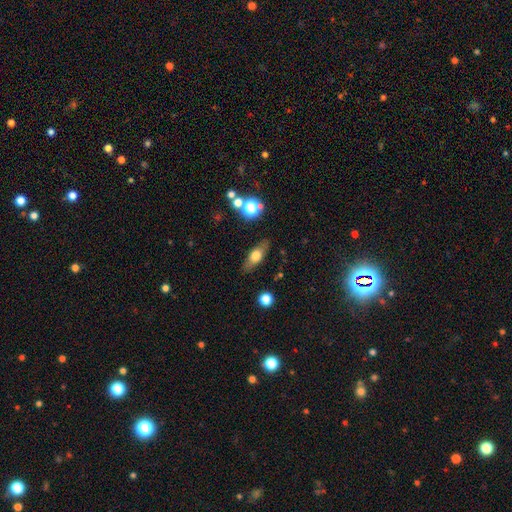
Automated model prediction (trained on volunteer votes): smooth-or-featured: smooth: 60% | featured or disk: 32% | star or artifact: 8%
  how-rounded: in between: 66% | cigar-shaped: 27% | round: 7%
  merging: none: 84% | minor disturbance: 11% | major disturbance: 3% | merger: 2%